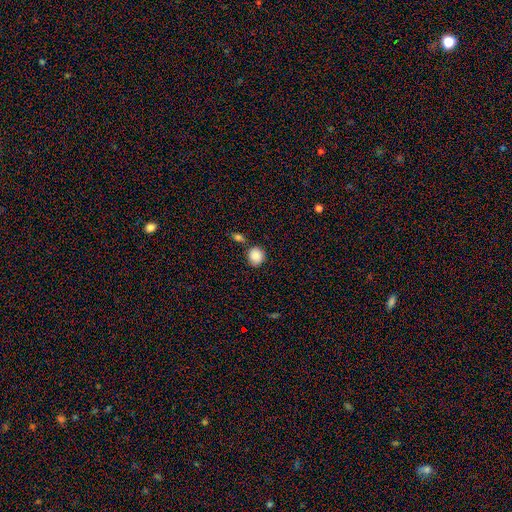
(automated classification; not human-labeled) This is clearly a smooth galaxy (88%). How rounded: clearly round (80%). Merging: likely none (74%).